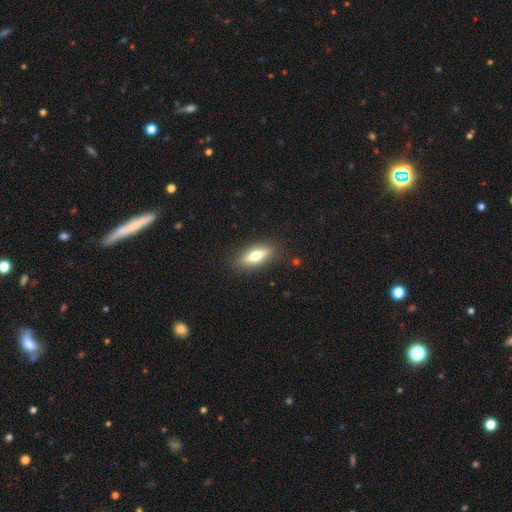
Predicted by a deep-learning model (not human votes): Morphology: type=smooth (53%); roundness=in between (56%); merging=none (87%).